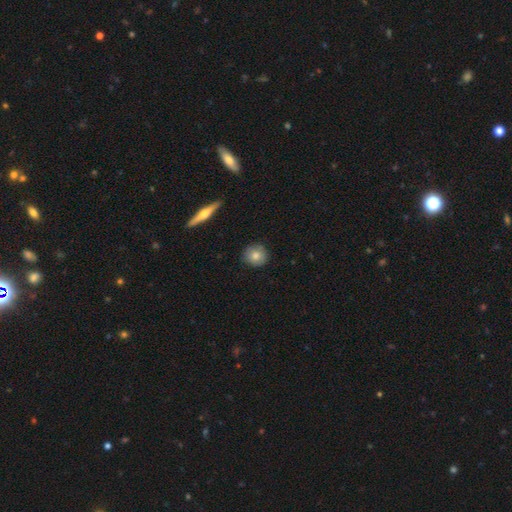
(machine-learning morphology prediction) This is likely a smooth galaxy (77%). How rounded: clearly round (90%). Merging: clearly none (88%).